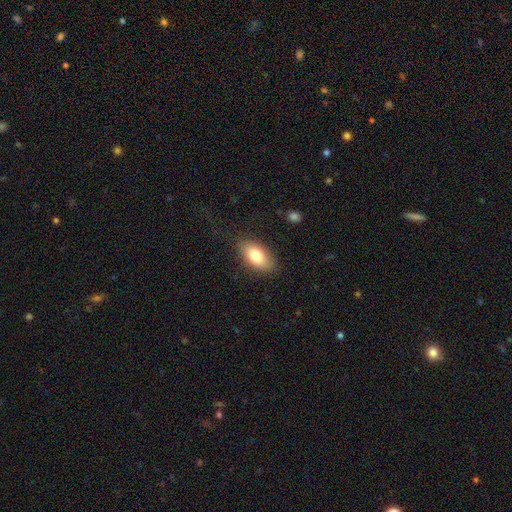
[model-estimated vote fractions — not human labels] Q: Smooth or featured?
A: smooth (80%); runner-up: featured or disk (13%)
Q: How rounded?
A: in between (91%); runner-up: cigar-shaped (5%)
Q: Merging?
A: none (84%); runner-up: minor disturbance (12%)